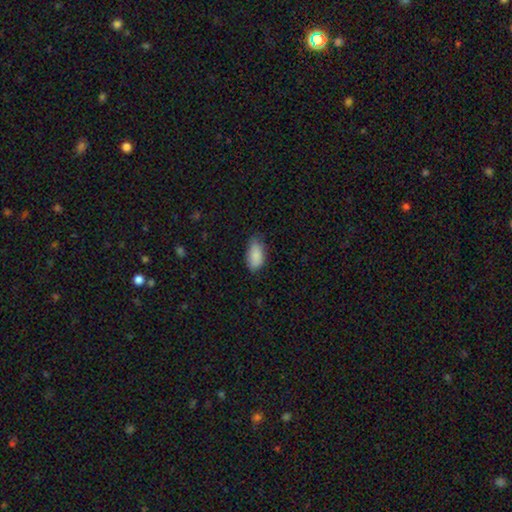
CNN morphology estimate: A smooth galaxy with no disk features (88%) that is in between round and cigar-shaped (92%). Merging: none (63%).